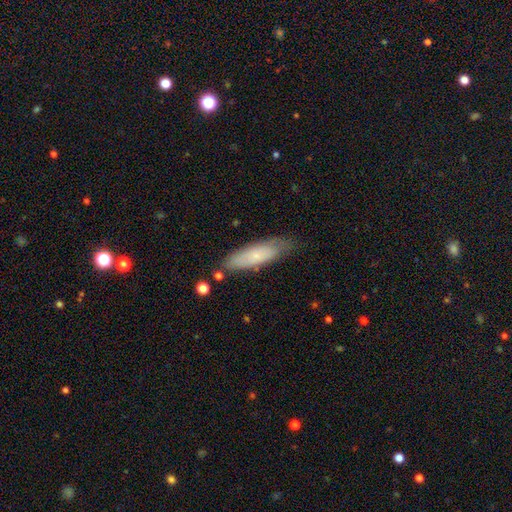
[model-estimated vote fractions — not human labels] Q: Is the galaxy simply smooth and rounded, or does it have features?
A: smooth — 68%.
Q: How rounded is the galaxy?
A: cigar-shaped — 57%.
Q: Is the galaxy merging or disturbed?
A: none — 69%.